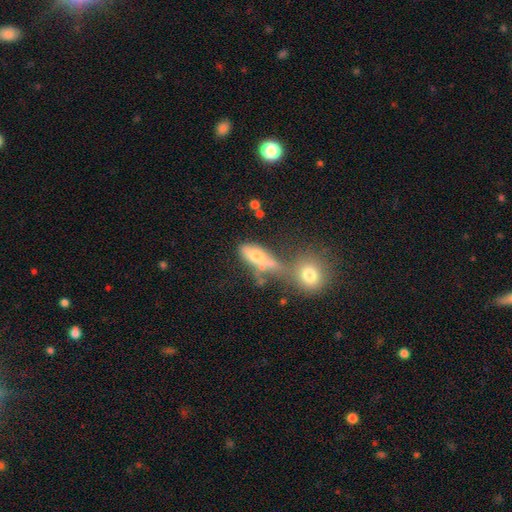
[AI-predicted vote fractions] Smooth or featured: smooth — 54% (featured or disk — 30%)
How rounded: in between — 66% (cigar-shaped — 22%)
Merging: none — 36% (tied with merger — 36%)